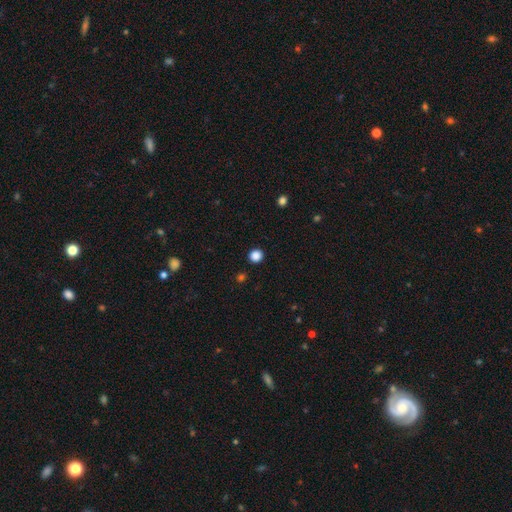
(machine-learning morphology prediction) Smooth or featured? Predicted: smooth (p=0.86). How rounded? Predicted: round (p=0.93). Merging? Predicted: none (p=0.93).